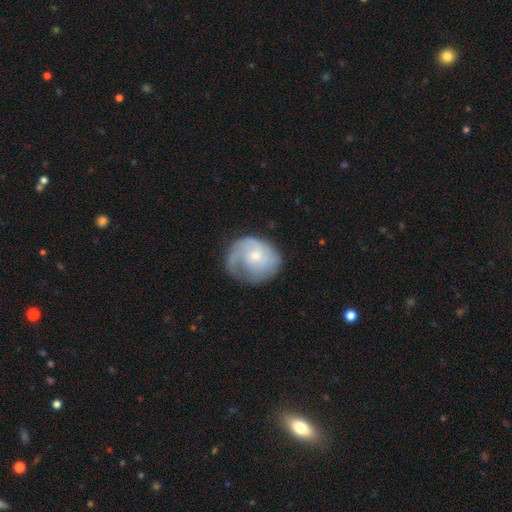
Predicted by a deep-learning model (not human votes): This is possibly a featured or disk galaxy (58%). It is clearly not viewed edge-on (97%). Bar: likely no (78%). Spiral arm pattern: likely yes (76%). Central bulge: likely small (65%). Merging: possibly none (45%).